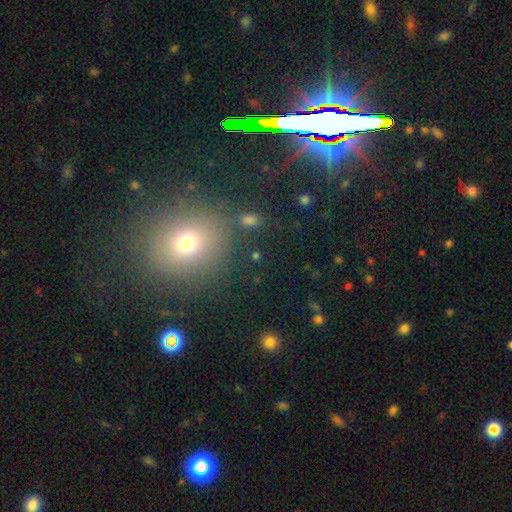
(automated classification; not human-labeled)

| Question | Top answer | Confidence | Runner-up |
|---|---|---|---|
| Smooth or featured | star or artifact | 46% | smooth (44%) |